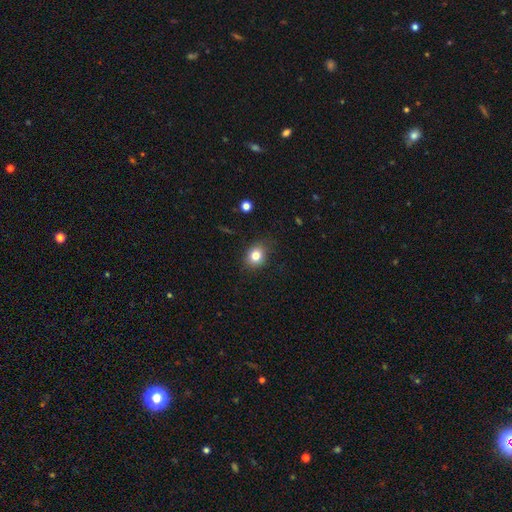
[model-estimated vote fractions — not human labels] Q: Smooth or featured?
A: smooth (80%); runner-up: star or artifact (11%)
Q: How rounded?
A: round (57%); runner-up: in between (42%)
Q: Merging?
A: none (83%); runner-up: minor disturbance (12%)